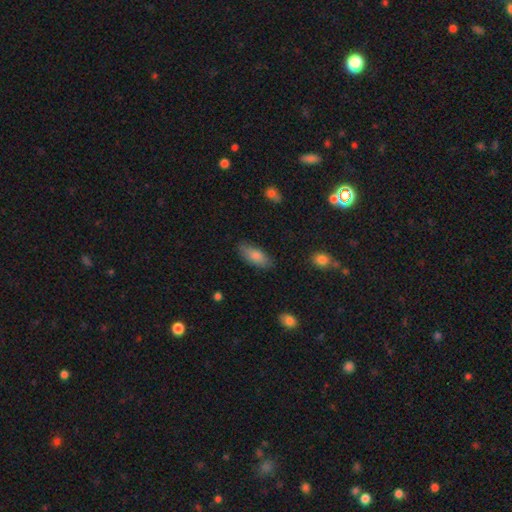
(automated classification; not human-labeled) smooth_or_featured: smooth (p=0.81) [alt: featured or disk p=0.13]
how_rounded: in between (p=0.82) [alt: cigar-shaped p=0.16]
merging: none (p=0.82) [alt: minor disturbance p=0.14]